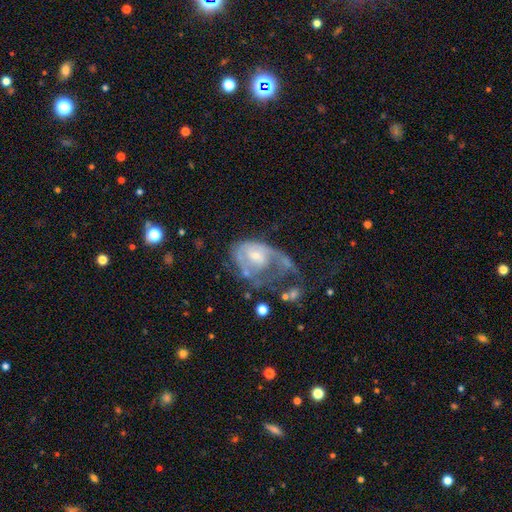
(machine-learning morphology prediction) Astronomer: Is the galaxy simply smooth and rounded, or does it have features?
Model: featured or disk — 70%.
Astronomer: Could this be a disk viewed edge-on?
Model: no — 97%.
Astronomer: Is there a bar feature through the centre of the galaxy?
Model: no — 60%.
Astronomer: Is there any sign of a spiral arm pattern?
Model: yes — 70%.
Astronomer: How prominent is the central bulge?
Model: small — 51% (runner-up: moderate, 38%).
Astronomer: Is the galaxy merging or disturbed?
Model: major disturbance — 53%.